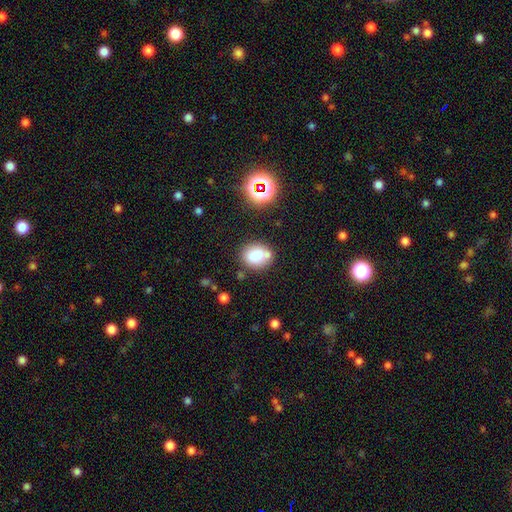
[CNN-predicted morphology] type=smooth (76%); roundness=round (54%); merging=none (60%).